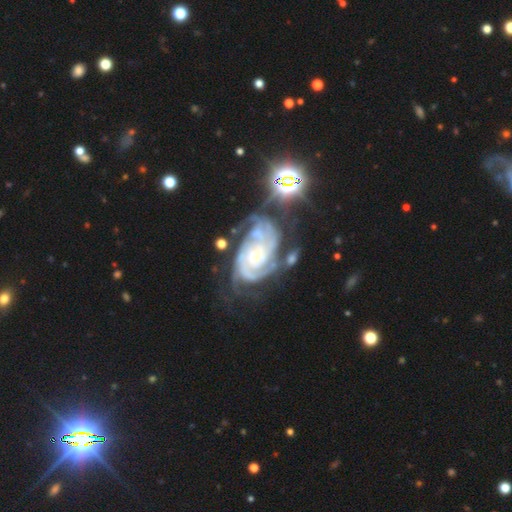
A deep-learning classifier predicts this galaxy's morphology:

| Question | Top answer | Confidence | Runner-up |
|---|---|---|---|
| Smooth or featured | featured or disk | 90% | star or artifact (6%) |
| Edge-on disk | no | 97% | yes (3%) |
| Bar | no | 70% | weak (22%) |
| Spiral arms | yes | 98% | no (2%) |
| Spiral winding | tight | 72% | medium (24%) |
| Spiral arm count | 3 | 31% | 2 (27%) |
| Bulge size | small | 59% | moderate (36%) |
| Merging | none | 40% | minor disturbance (25%) |